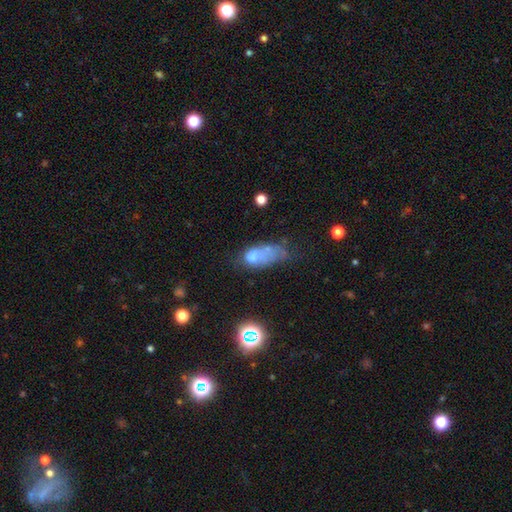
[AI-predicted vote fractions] This appears to be a smooth galaxy with no disk features (53%) that is in between round and cigar-shaped (83%). Merging: major disturbance (34%).